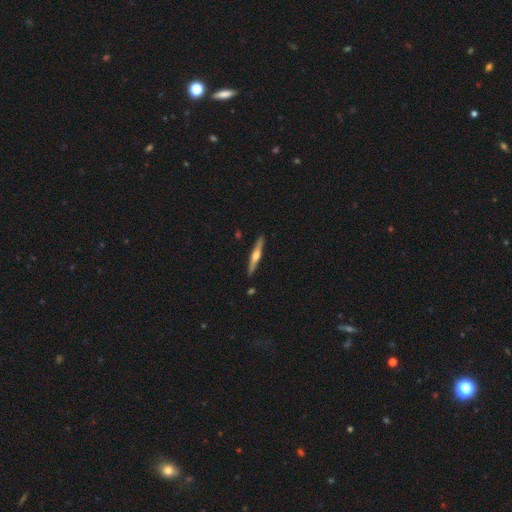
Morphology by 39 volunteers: A featured or disk galaxy (64%) viewed edge-on (100%) with a rounded central bulge (76%). Merging: none (83%).